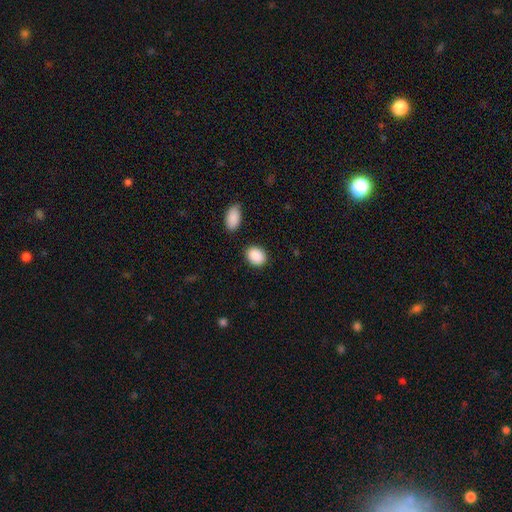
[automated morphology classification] A smooth galaxy with no disk features (90%) that is in between round and cigar-shaped (61%). Merging: none (84%).